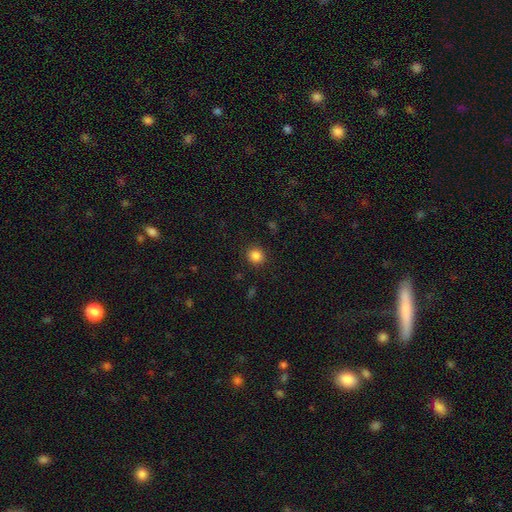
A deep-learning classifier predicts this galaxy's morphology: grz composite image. It shows a smooth galaxy with no disk features (85%) that is round (88%). Merging: none (91%).